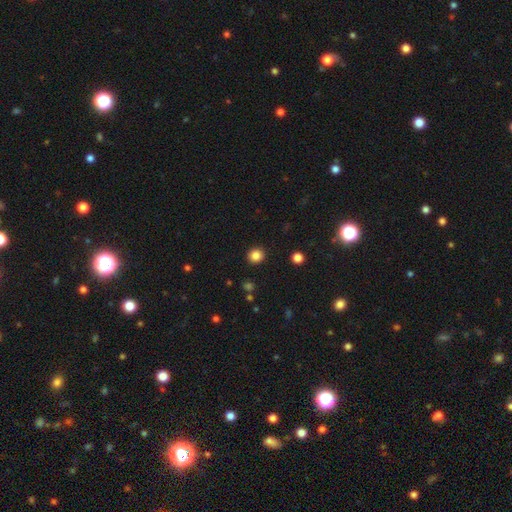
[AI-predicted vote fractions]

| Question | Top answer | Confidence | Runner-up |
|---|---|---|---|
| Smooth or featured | smooth | 85% | star or artifact (12%) |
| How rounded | round | 90% | in between (9%) |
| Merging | none | 92% | minor disturbance (5%) |